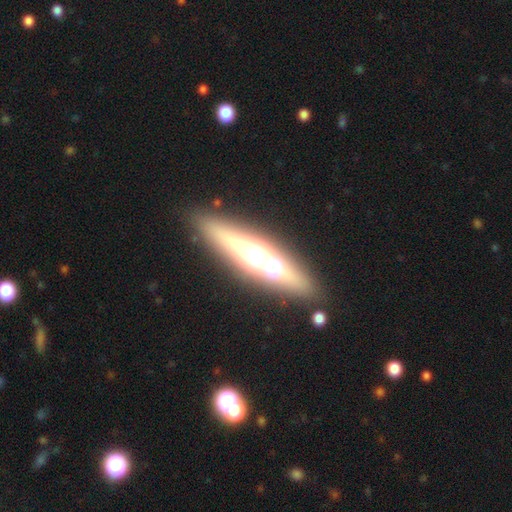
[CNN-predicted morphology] A featured or disk galaxy (65%) viewed edge-on (89%) with a rounded central bulge (88%). Merging: none (83%).